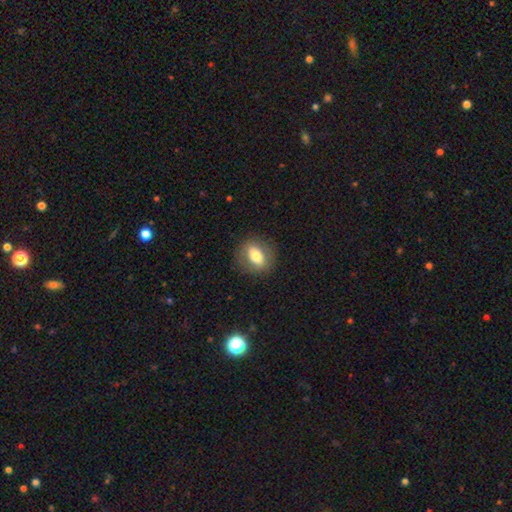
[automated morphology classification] This appears to be a smooth galaxy with no disk features (70%) that is in between round and cigar-shaped (67%). Merging: none (84%).